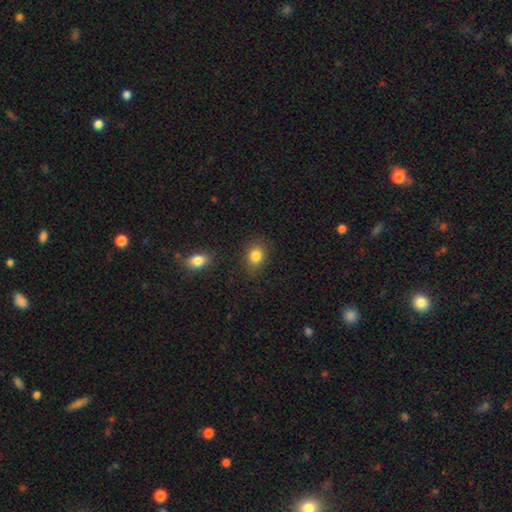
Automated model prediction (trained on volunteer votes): Morphology: type=smooth (84%); roundness=round (52%); merging=none (82%).